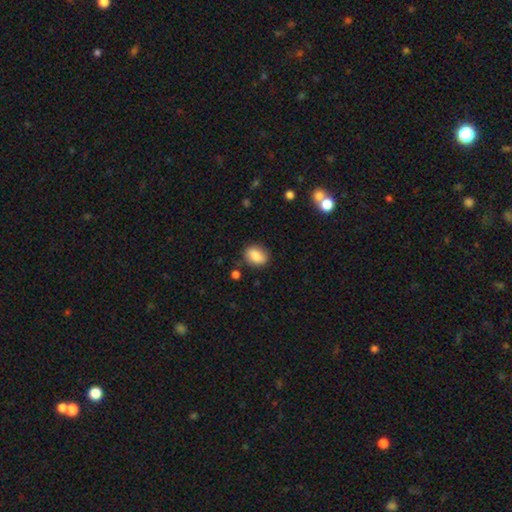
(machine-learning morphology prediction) A smooth galaxy with no disk features (83%) that is in between round and cigar-shaped (67%).

Vote fractions:
- Smooth or featured? smooth: 83% / featured or disk: 9% / star or artifact: 8%
- How rounded? in between: 67% / round: 32% / cigar-shaped: 2%
- Merging? none: 81% / minor disturbance: 13% / major disturbance: 3% / merger: 3%